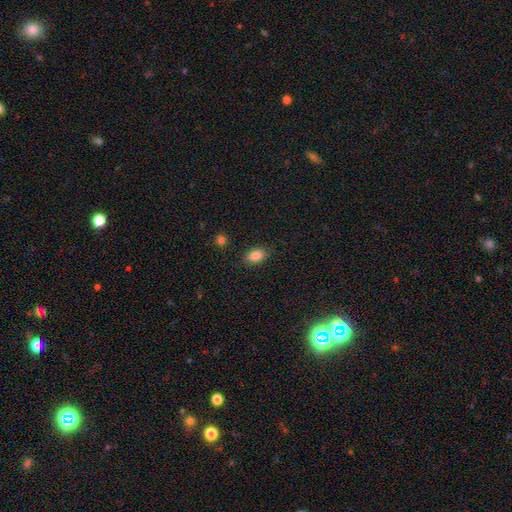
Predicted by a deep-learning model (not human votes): This appears to be a smooth galaxy with no disk features (85%) that is in between round and cigar-shaped (87%). Merging: none (86%).